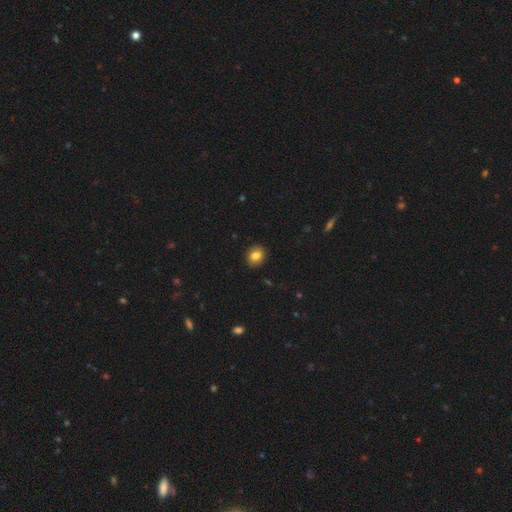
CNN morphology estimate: Smooth or featured? smooth (83%)
How rounded? round (69%)
Merging? none (90%)